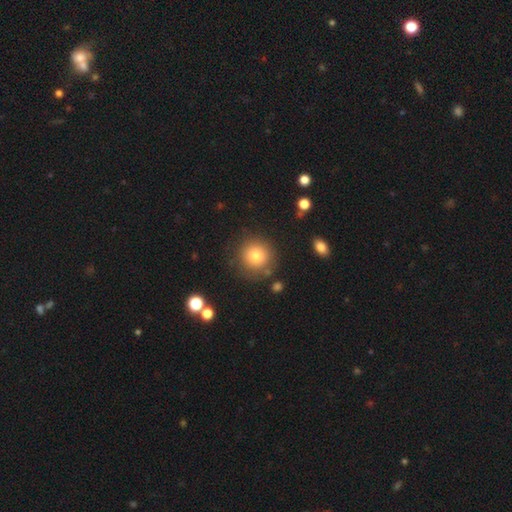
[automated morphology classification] smooth_or_featured: smooth (p=0.79) [alt: star or artifact p=0.10]
how_rounded: round (p=0.93) [alt: in between p=0.06]
merging: none (p=0.82) [alt: minor disturbance p=0.10]